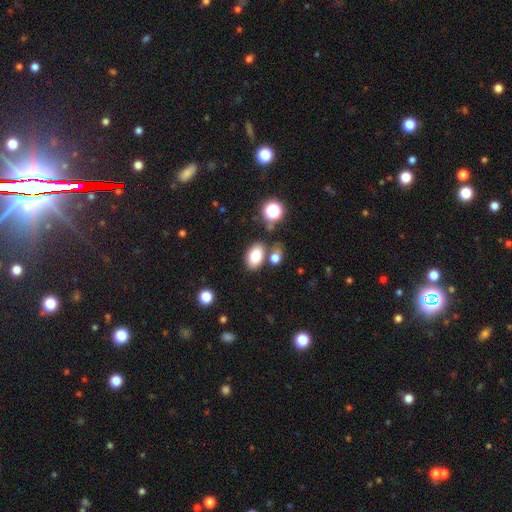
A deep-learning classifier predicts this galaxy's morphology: This appears to be a smooth galaxy with no disk features (80%) that is in between round and cigar-shaped (88%). Merging: none (71%).